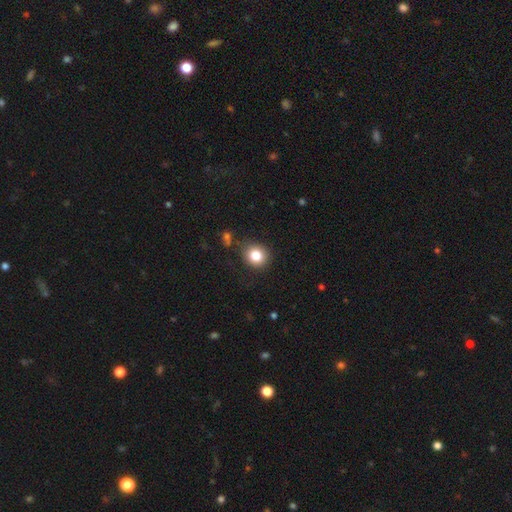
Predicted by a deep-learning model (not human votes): smooth_or_featured: smooth (p=0.82) [alt: star or artifact p=0.11]
how_rounded: round (p=0.80) [alt: in between p=0.19]
merging: none (p=0.83) [alt: minor disturbance p=0.11]